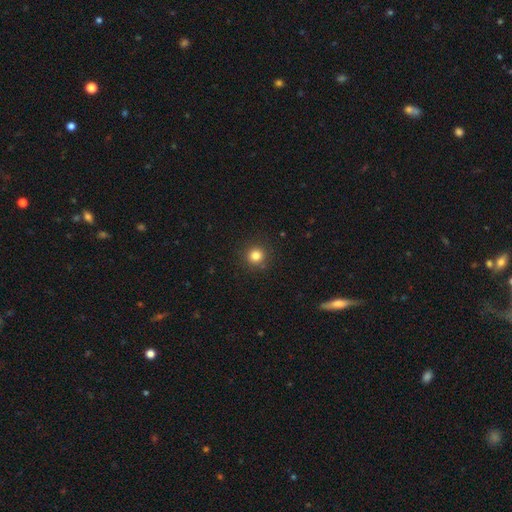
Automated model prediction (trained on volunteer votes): smooth_or_featured: smooth (p=0.82) [alt: star or artifact p=0.13]
how_rounded: round (p=0.94) [alt: in between p=0.05]
merging: none (p=0.90) [alt: minor disturbance p=0.06]